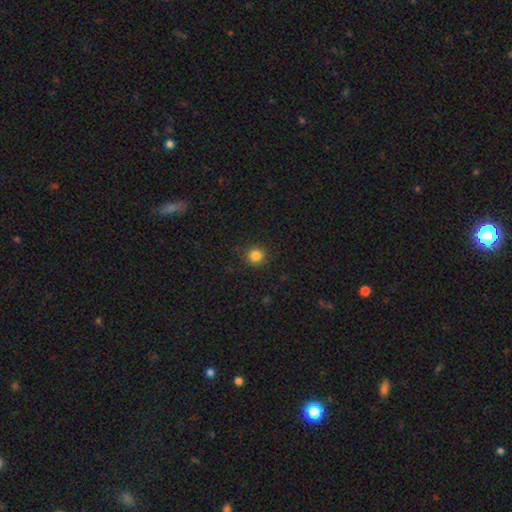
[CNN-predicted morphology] This is clearly a smooth galaxy (84%). How rounded: clearly round (92%). Merging: clearly none (90%).